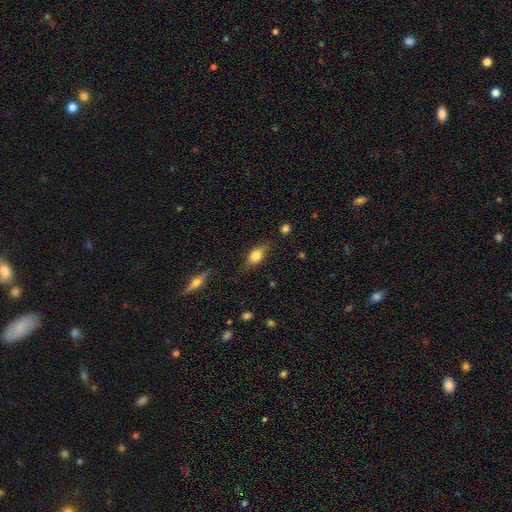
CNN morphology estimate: Smooth or featured: smooth — 70% (featured or disk — 22%)
How rounded: in between — 79% (round — 11%)
Merging: none — 71% (minor disturbance — 21%)